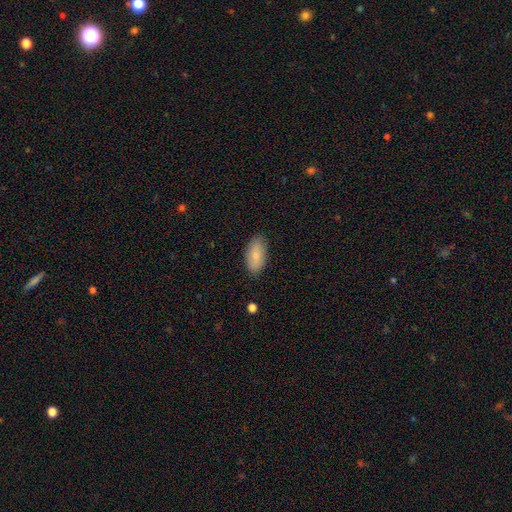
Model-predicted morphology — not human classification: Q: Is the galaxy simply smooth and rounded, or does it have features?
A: smooth — 83%.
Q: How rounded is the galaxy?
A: in between — 93%.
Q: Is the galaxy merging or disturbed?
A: none — 84%.